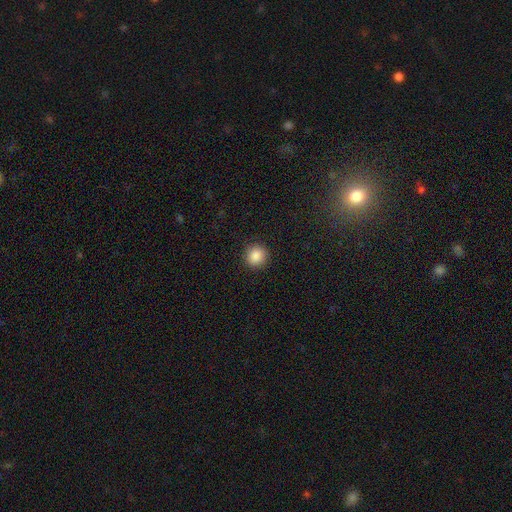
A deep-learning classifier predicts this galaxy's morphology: This is clearly a smooth galaxy (87%). How rounded: clearly round (92%). Merging: clearly none (92%).